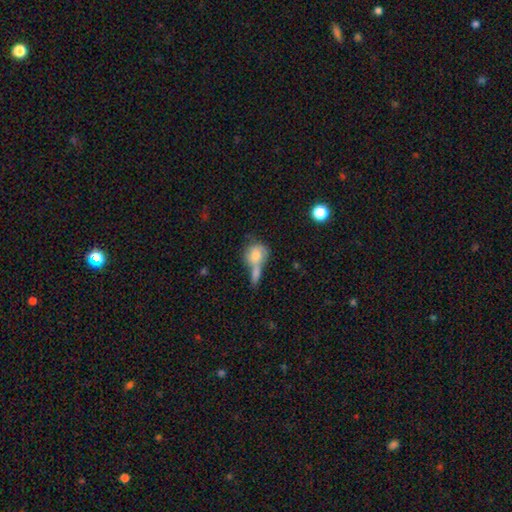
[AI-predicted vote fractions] smooth_or_featured: smooth (p=0.77) [alt: featured or disk p=0.16]
how_rounded: round (p=0.68) [alt: in between p=0.29]
merging: merger (p=0.52) [alt: none p=0.27]